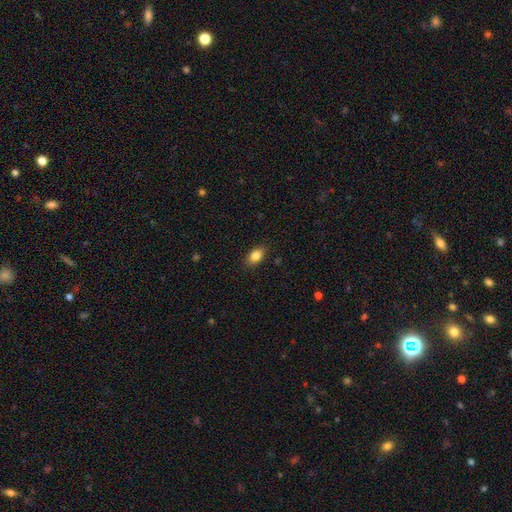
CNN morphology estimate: Q: Smooth or featured?
A: smooth (85%); runner-up: star or artifact (8%)
Q: How rounded?
A: in between (87%); runner-up: round (10%)
Q: Merging?
A: none (87%); runner-up: minor disturbance (10%)